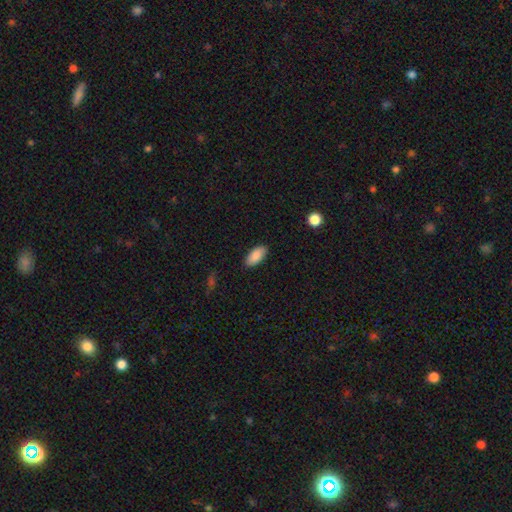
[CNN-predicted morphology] Q: Smooth or featured?
A: smooth (88%); runner-up: star or artifact (7%)
Q: How rounded?
A: in between (91%); runner-up: cigar-shaped (7%)
Q: Merging?
A: none (88%); runner-up: minor disturbance (9%)